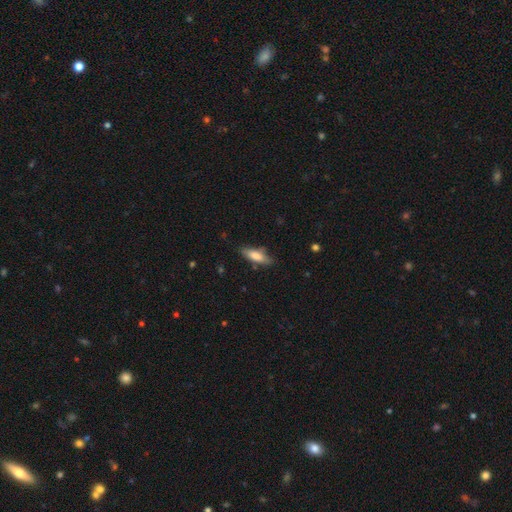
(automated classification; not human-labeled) This is likely a smooth galaxy (73%). How rounded: possibly in between (51%). Merging: likely none (76%).